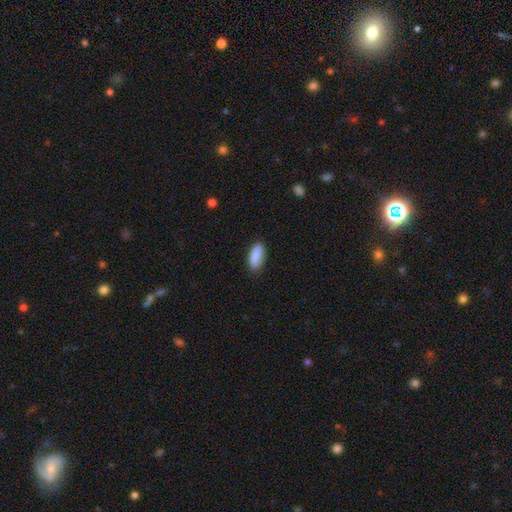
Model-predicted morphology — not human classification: A smooth galaxy with no disk features (88%) that is in between round and cigar-shaped (82%). Merging: none (85%).